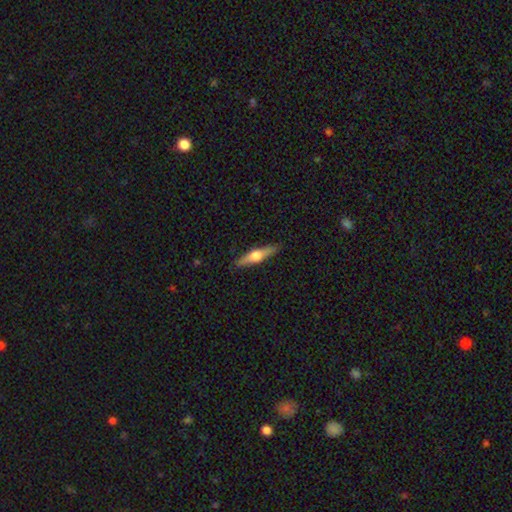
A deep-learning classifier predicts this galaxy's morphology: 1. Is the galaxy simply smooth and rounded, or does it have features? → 60% featured or disk, 34% smooth, 6% star or artifact.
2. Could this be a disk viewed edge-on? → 96% yes, 4% no.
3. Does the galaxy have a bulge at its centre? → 94% rounded, 4% boxy, 2% none.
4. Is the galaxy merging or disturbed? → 89% none, 8% minor disturbance, 2% major disturbance, 1% merger.